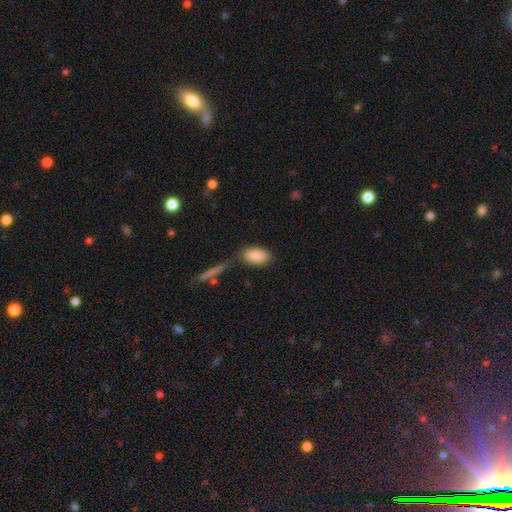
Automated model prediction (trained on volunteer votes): Q: Smooth or featured?
A: smooth (85%); runner-up: featured or disk (9%)
Q: How rounded?
A: in between (91%); runner-up: round (5%)
Q: Merging?
A: none (67%); runner-up: minor disturbance (17%)